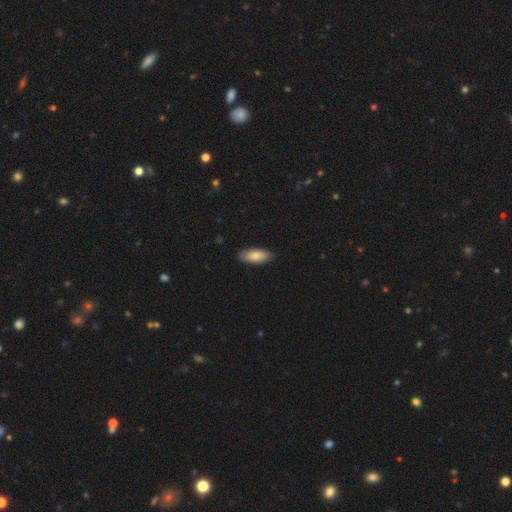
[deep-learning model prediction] smooth-or-featured: smooth: 83% | featured or disk: 11% | star or artifact: 6%
  how-rounded: in between: 81% | cigar-shaped: 17% | round: 2%
  merging: none: 87% | minor disturbance: 10% | major disturbance: 2% | merger: 1%